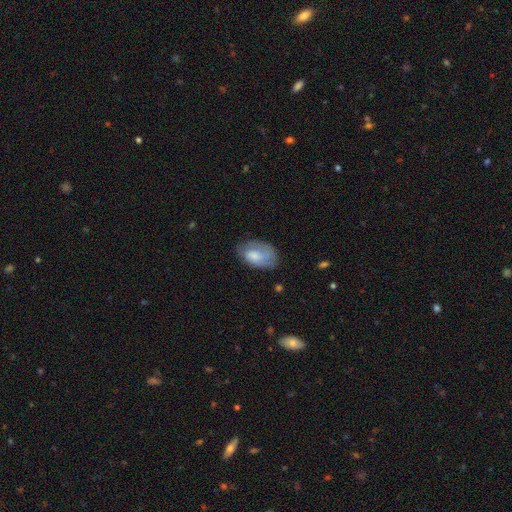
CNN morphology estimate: Overall: smooth (69%). How rounded: in between (91%). Merging: none (61%; minor disturbance 27%).